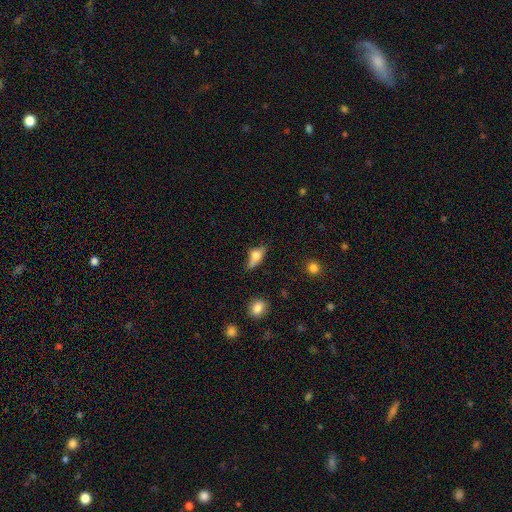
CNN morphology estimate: smooth-or-featured: smooth: 62% | featured or disk: 28% | star or artifact: 10%
  how-rounded: in between: 69% | cigar-shaped: 22% | round: 9%
  merging: none: 47% | minor disturbance: 33% | major disturbance: 14% | merger: 6%